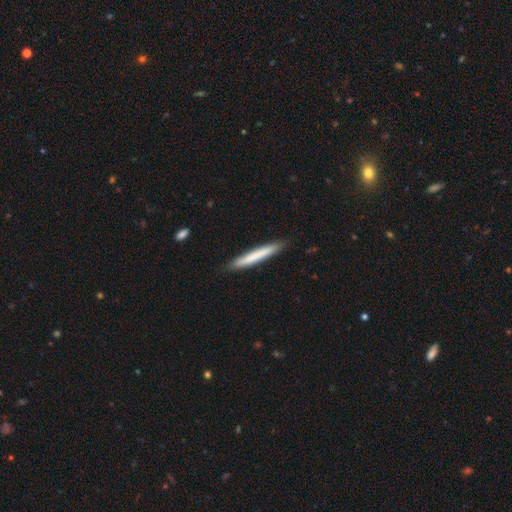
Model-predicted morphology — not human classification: smooth 71%, featured or disk 24%, star or artifact 5%. Down the decision tree: how rounded — cigar-shaped (96%); merging — none (89%).